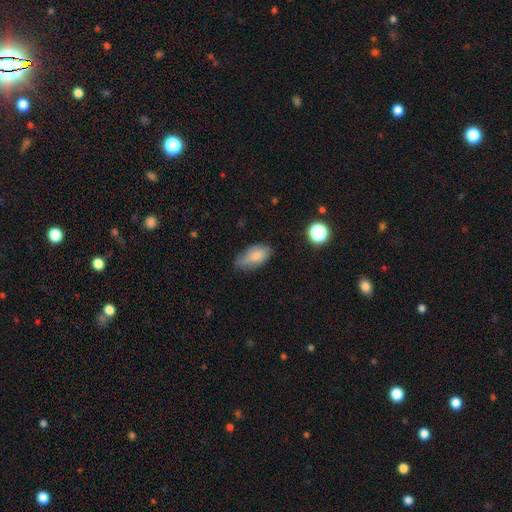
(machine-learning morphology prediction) smooth-or-featured: smooth: 81% | featured or disk: 11% | star or artifact: 8%
  how-rounded: in between: 91% | cigar-shaped: 5% | round: 4%
  merging: none: 57% | minor disturbance: 33% | major disturbance: 8% | merger: 2%